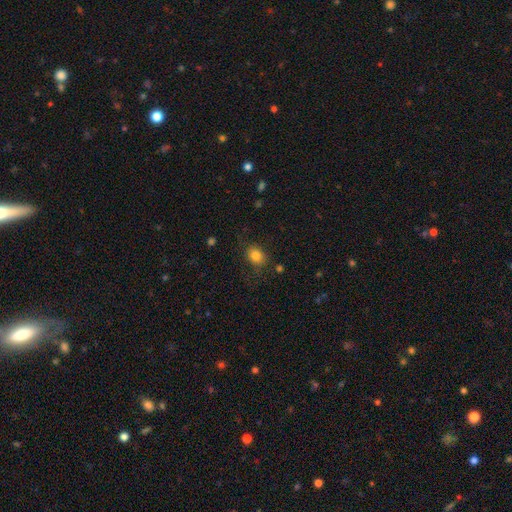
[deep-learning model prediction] Morphology: type=smooth (82%); roundness=round (55%); merging=none (76%).